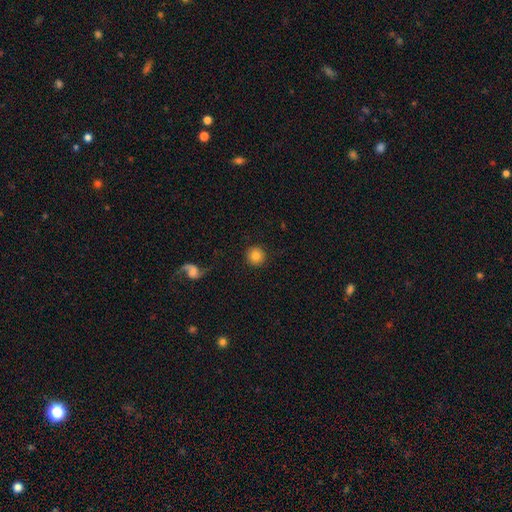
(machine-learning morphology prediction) Smooth or featured? smooth (83%)
How rounded? round (95%)
Merging? none (91%)